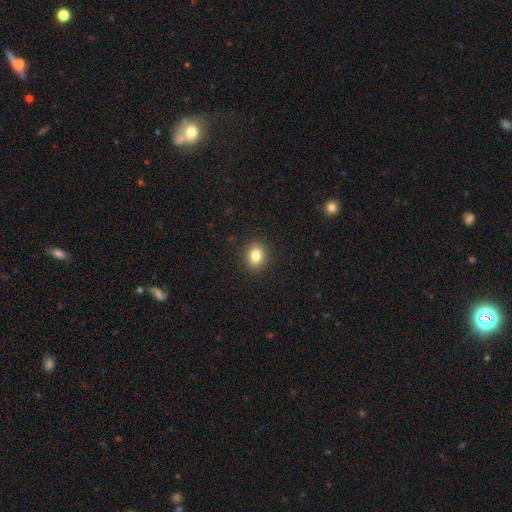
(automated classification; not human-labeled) Q: Smooth or featured?
A: smooth (82%); runner-up: star or artifact (11%)
Q: How rounded?
A: round (63%); runner-up: in between (36%)
Q: Merging?
A: none (90%); runner-up: minor disturbance (6%)